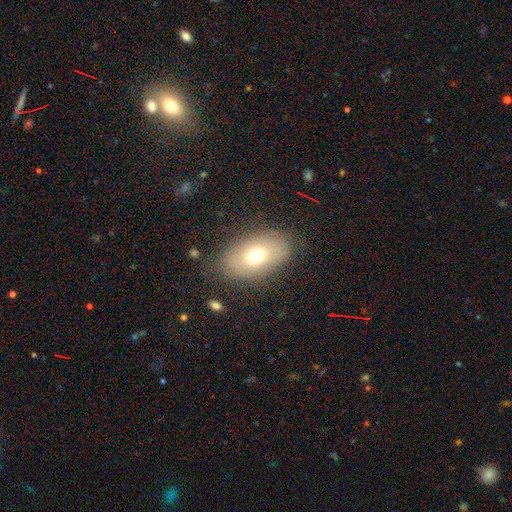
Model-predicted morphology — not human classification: A smooth galaxy with no disk features (68%) that is in between round and cigar-shaped (90%). Merging: none (79%).